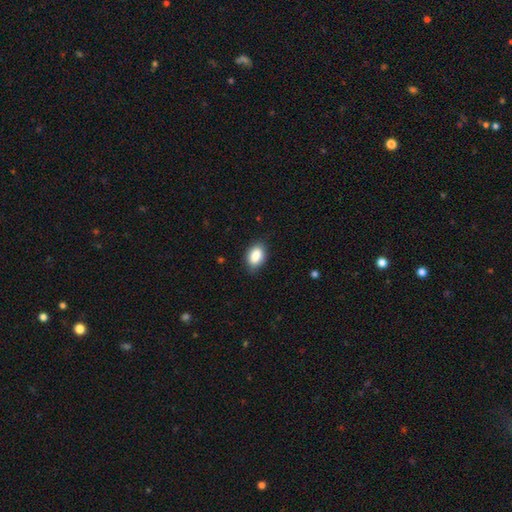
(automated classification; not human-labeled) A smooth galaxy with no disk features (88%) that is in between round and cigar-shaped (86%).

Vote fractions:
- Smooth or featured? smooth: 88% / star or artifact: 7% / featured or disk: 5%
- How rounded? in between: 86% / round: 13% / cigar-shaped: 2%
- Merging? none: 81% / minor disturbance: 15% / major disturbance: 3% / merger: 1%